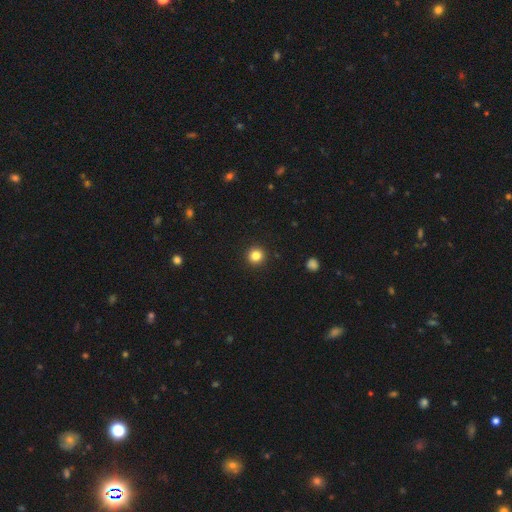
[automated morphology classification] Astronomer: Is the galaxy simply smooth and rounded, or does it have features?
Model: smooth — 83%.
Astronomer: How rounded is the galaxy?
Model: round — 95%.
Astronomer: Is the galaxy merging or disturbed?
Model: none — 93%.